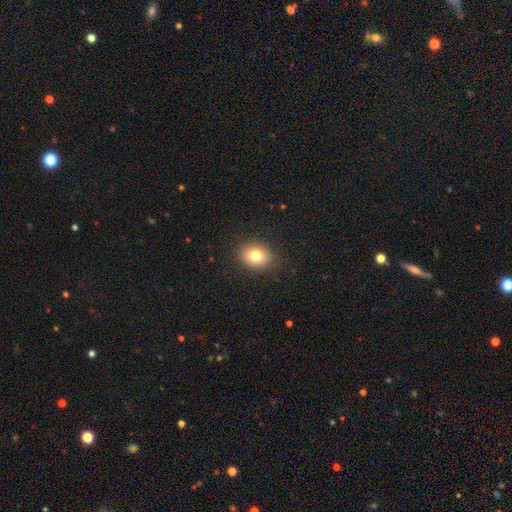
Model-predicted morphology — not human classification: smooth 78%, featured or disk 11%, star or artifact 11%. Down the decision tree: how rounded — in between (55%); merging — none (88%).